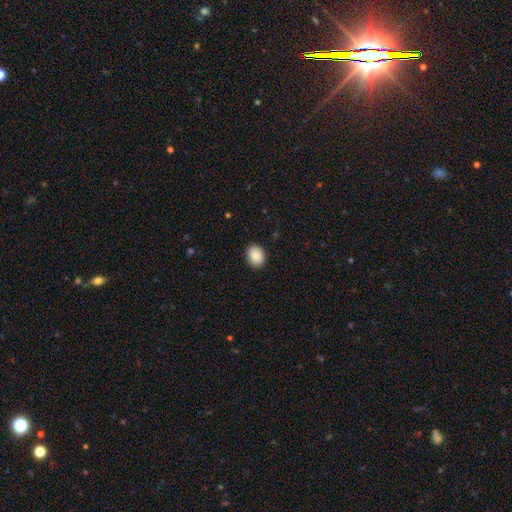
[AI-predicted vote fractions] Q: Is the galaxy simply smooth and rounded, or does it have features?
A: smooth — 86%.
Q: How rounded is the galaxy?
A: in between — 54%.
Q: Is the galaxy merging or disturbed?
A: none — 89%.